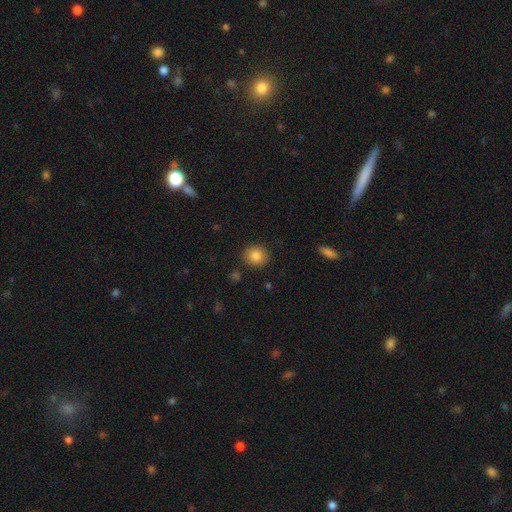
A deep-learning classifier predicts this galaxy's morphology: Smooth or featured?
  - smooth: 86% *
  - star or artifact: 9%
  - featured or disk: 5%
How rounded?
  - round: 84% *
  - in between: 15%
  - cigar-shaped: 1%
Merging?
  - none: 88% *
  - minor disturbance: 8%
  - major disturbance: 2%
  - merger: 2%